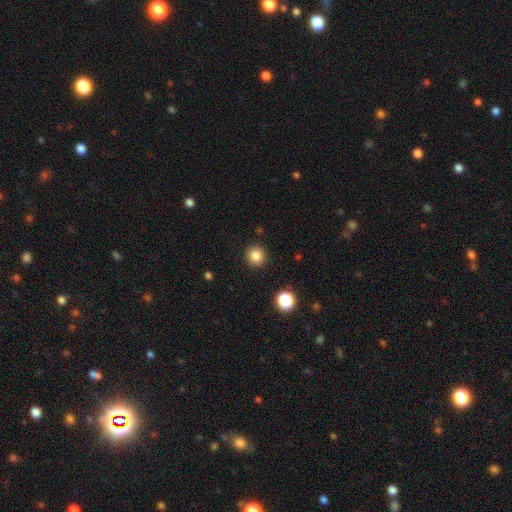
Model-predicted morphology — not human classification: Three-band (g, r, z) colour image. It shows a smooth galaxy with no disk features (84%) that is round (93%). Merging: none (91%).